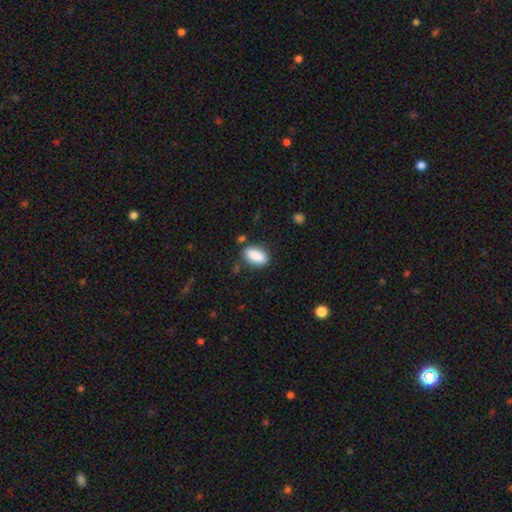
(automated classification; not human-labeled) Smooth or featured: smooth — 87% (star or artifact — 7%)
How rounded: in between — 84% (cigar-shaped — 12%)
Merging: none — 80% (minor disturbance — 13%)